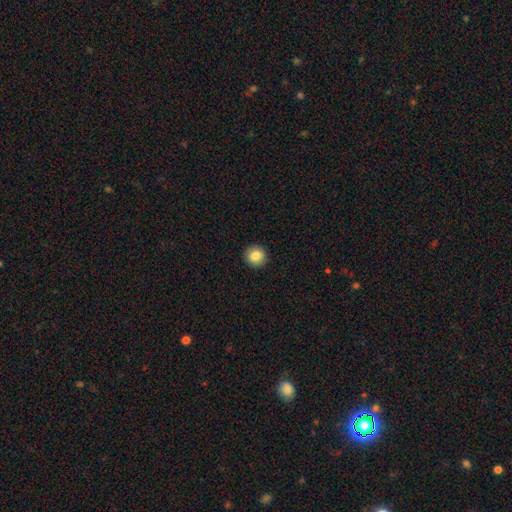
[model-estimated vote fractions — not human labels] Smooth or featured? Predicted: smooth (p=0.84). How rounded? Predicted: round (p=0.95). Merging? Predicted: none (p=0.93).